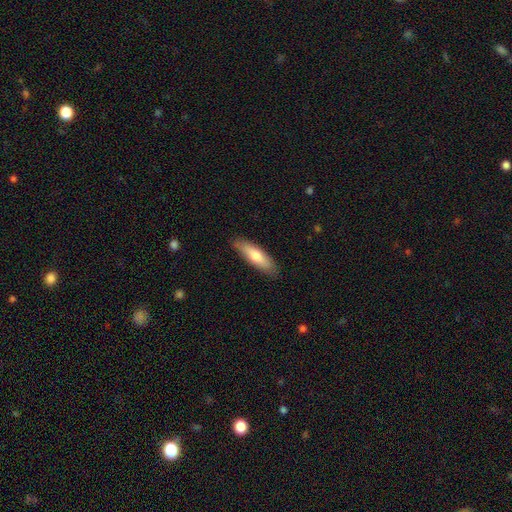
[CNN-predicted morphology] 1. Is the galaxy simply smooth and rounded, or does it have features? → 70% smooth, 25% featured or disk, 6% star or artifact.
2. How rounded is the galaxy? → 57% cigar-shaped, 41% in between, 2% round.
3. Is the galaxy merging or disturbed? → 86% none, 11% minor disturbance, 2% major disturbance, 1% merger.